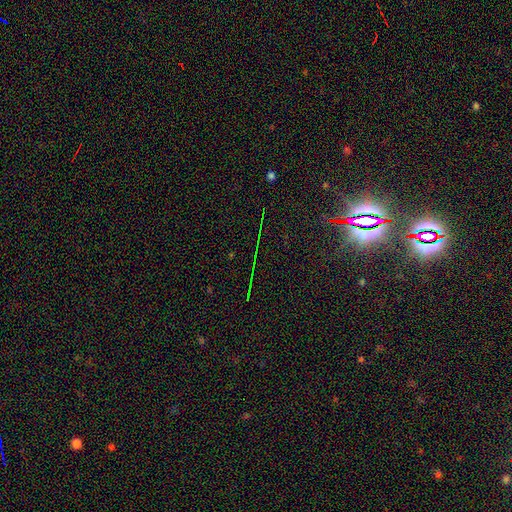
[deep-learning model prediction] Smooth or featured: star or artifact — 81% (smooth — 9%)